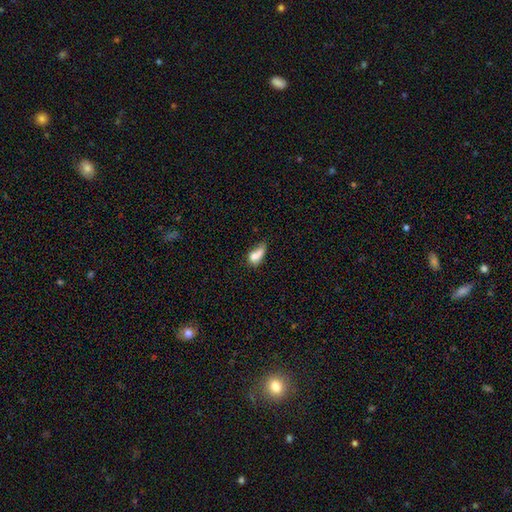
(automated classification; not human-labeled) This appears to be a smooth galaxy with no disk features (71%) that is in between round and cigar-shaped (78%). Merging: merger (28%).